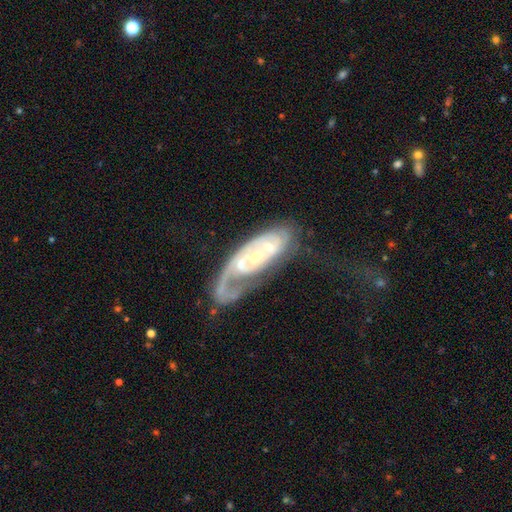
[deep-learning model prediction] A featured or disk galaxy (82%) with no bar (74%), 1 (46%) tight (52%) spiral arms (82%) and a small central bulge (60%).

Vote fractions:
- Smooth or featured? featured or disk: 82% / smooth: 13% / star or artifact: 6%
- Edge-on disk? no: 93% / yes: 7%
- Bar? no: 74% / weak: 20% / strong: 6%
- Spiral arms? yes: 82% / no: 18%
- Spiral winding? tight: 52% / medium: 30% / loose: 18%
- Spiral arm count? 1: 46% / can't tell: 24% / 2: 23% / 3: 4% / 4: 2% / more than 4: 2%
- Bulge size? small: 60% / moderate: 33% / none: 3% / large: 3% / dominant: 1%
- Merging? major disturbance: 32% / none: 29% / merger: 24% / minor disturbance: 15%